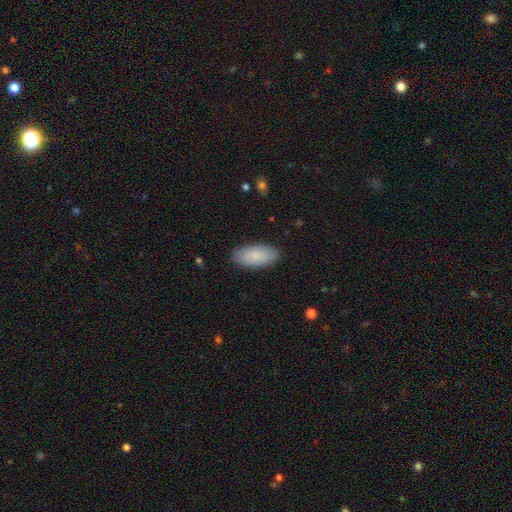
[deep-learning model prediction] Morphology: type=smooth (84%); roundness=in between (91%); merging=none (88%).